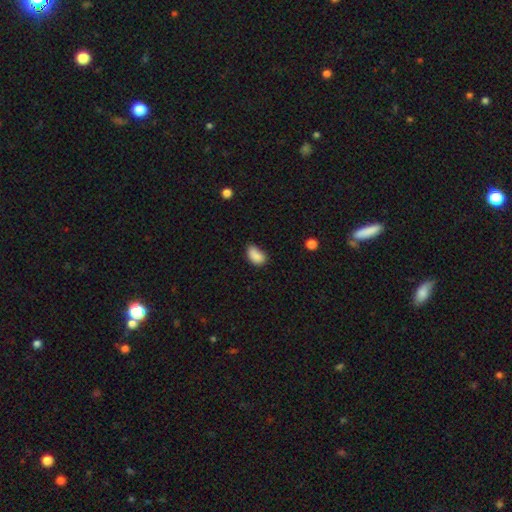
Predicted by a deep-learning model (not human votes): Smooth or featured? Predicted: smooth (p=0.84). How rounded? Predicted: in between (p=0.87). Merging? Predicted: none (p=0.51).